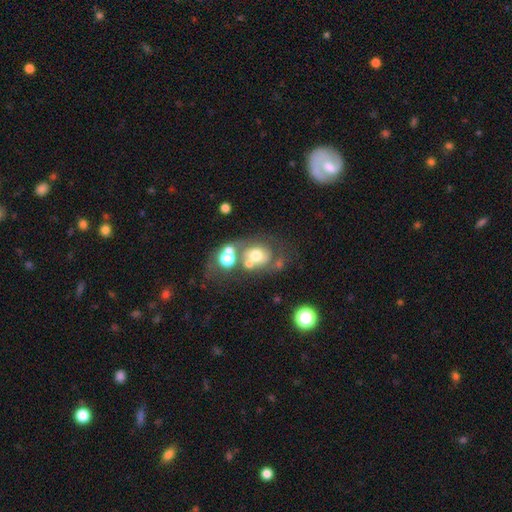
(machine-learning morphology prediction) Smooth or featured? Predicted: smooth (p=0.49). Merging? Predicted: none (p=0.39).